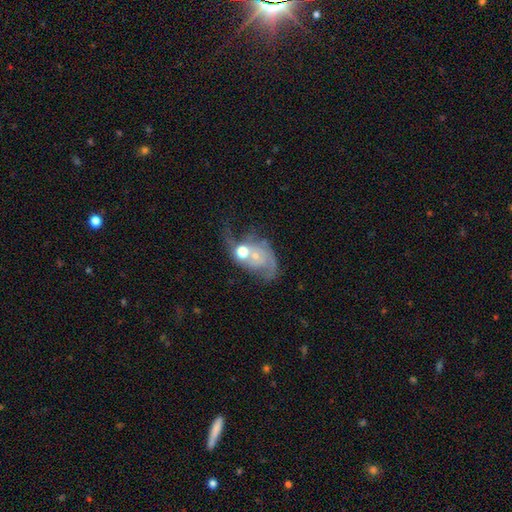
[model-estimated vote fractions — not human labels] Smooth or featured? featured or disk (72%)
Edge-on disk? no (97%)
Bar? no (74%)
Spiral arms? yes (84%)
Spiral winding? loose (43%)
Spiral arm count? 2 (61%)
Bulge size? small (49%)
Merging? merger (36%)